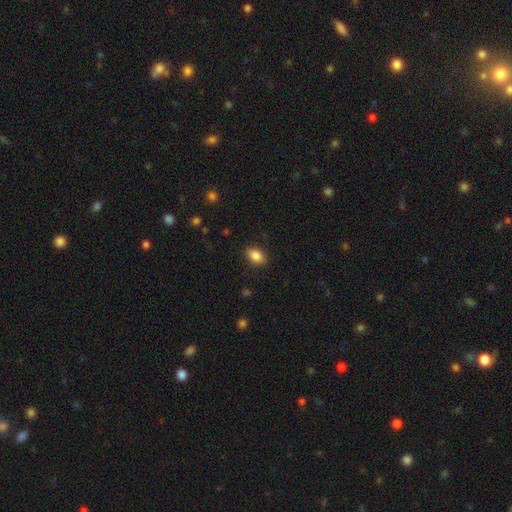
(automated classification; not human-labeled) A smooth galaxy with no disk features (87%) that is in between round and cigar-shaped (85%). Merging: none (88%).